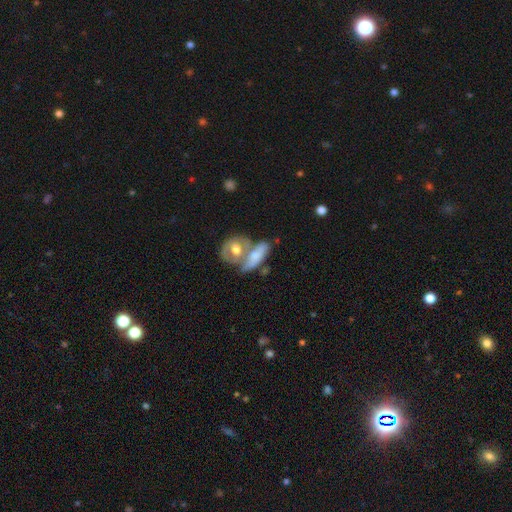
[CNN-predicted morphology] smooth_or_featured: smooth (p=0.57) [alt: featured or disk p=0.36]
how_rounded: in between (p=0.67) [alt: round p=0.18]
merging: merger (p=0.50) [alt: none p=0.29]